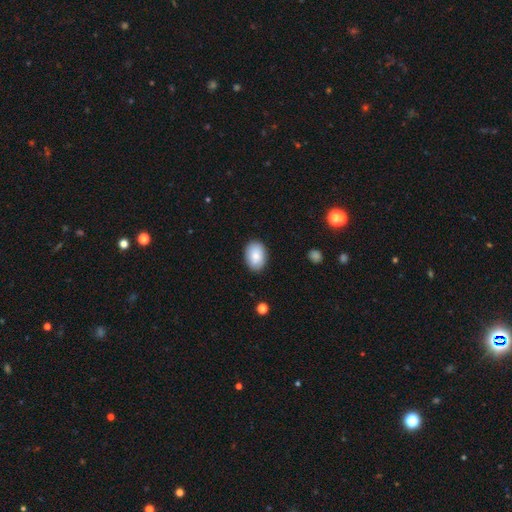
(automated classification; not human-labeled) The model was most divided on "how rounded": in between: 83%, round: 16%, cigar-shaped: 1%. More confident: merging — none (86%); smooth or featured — smooth (83%).